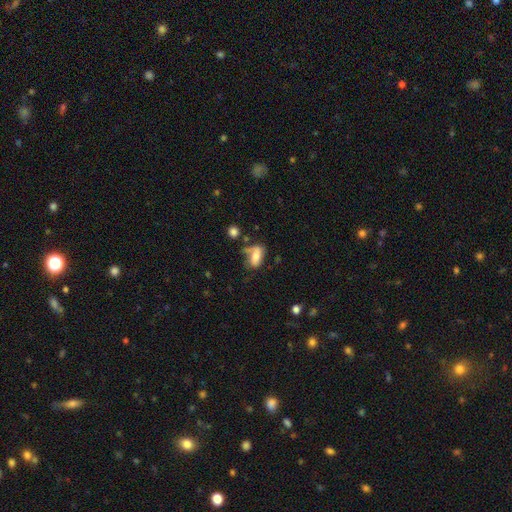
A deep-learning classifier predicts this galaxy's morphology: This appears to be a smooth galaxy with no disk features (60%) that is in between round and cigar-shaped (86%). Merging: none (36%).